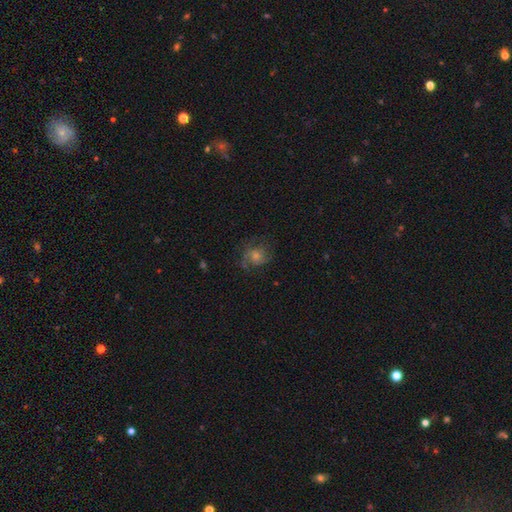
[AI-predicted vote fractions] Smooth or featured? featured or disk (61%)
Edge-on disk? no (97%)
Bar? no (71%)
Spiral arms? yes (90%)
Spiral winding? medium (47%)
Spiral arm count? 2 (46%)
Bulge size? moderate (47%)
Merging? none (69%)